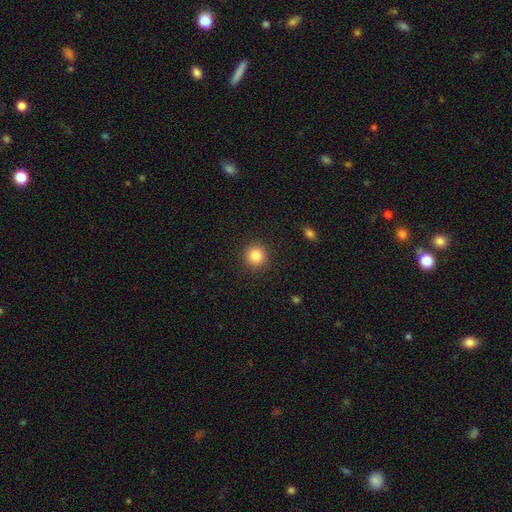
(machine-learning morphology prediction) Smooth or featured?
  - smooth: 85% *
  - star or artifact: 10%
  - featured or disk: 5%
How rounded?
  - round: 94% *
  - in between: 5%
  - cigar-shaped: 1%
Merging?
  - none: 92% *
  - minor disturbance: 5%
  - major disturbance: 2%
  - merger: 1%